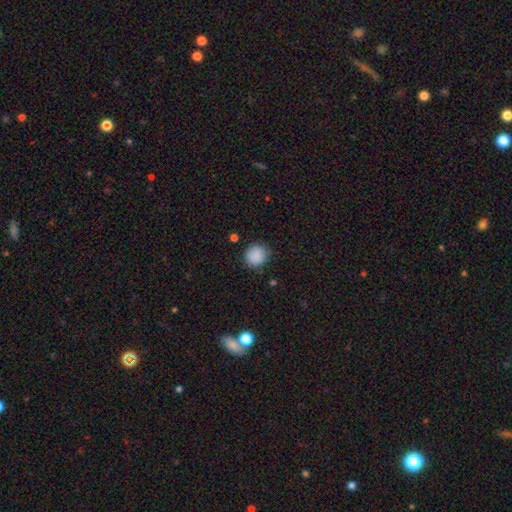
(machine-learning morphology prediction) Overall: smooth (88%). How rounded: round (90%). Merging: none (86%).